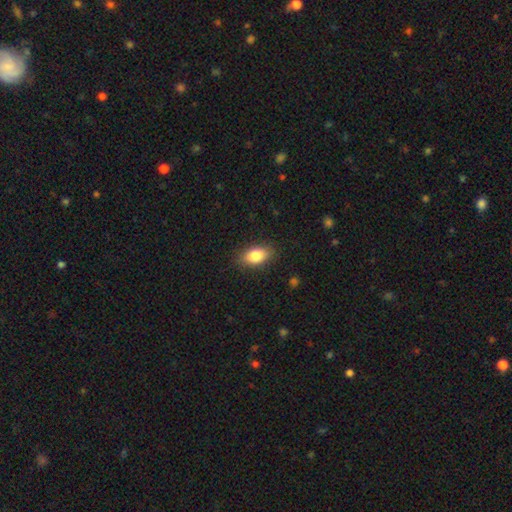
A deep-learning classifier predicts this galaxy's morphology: A smooth galaxy with no disk features (84%) that is in between round and cigar-shaped (88%). Merging: none (86%).